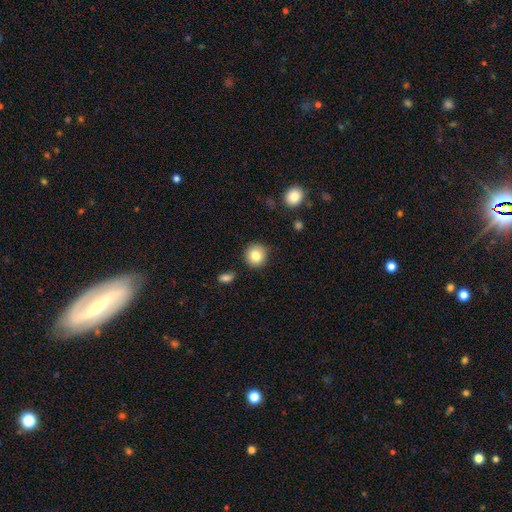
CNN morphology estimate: Smooth or featured?
  - smooth: 83% *
  - star or artifact: 9%
  - featured or disk: 8%
How rounded?
  - round: 91% *
  - in between: 8%
  - cigar-shaped: 1%
Merging?
  - none: 88% *
  - minor disturbance: 8%
  - major disturbance: 2%
  - merger: 2%